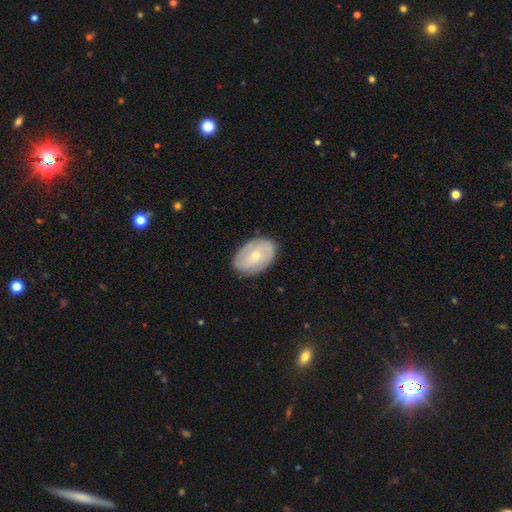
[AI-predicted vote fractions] Overall: featured or disk (50%; smooth 44%). Merging: none (83%).